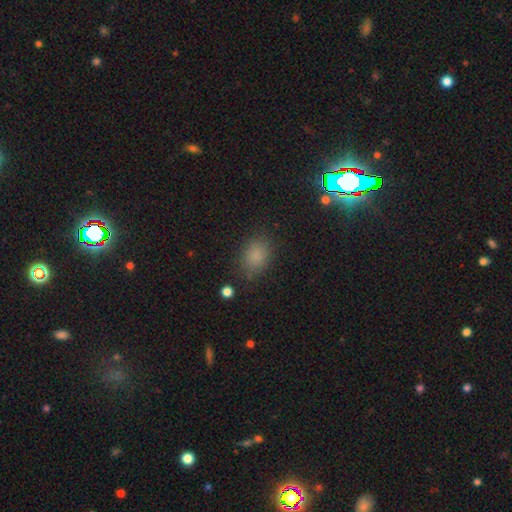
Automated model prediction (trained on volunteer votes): This appears to be a smooth galaxy with no disk features (80%) that is in between round and cigar-shaped (70%). Merging: none (80%).